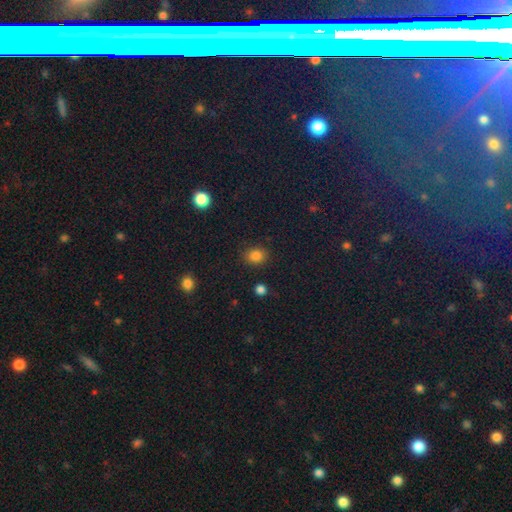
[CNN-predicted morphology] Q: Smooth or featured?
A: smooth (83%); runner-up: star or artifact (13%)
Q: How rounded?
A: round (63%); runner-up: in between (36%)
Q: Merging?
A: none (85%); runner-up: minor disturbance (10%)